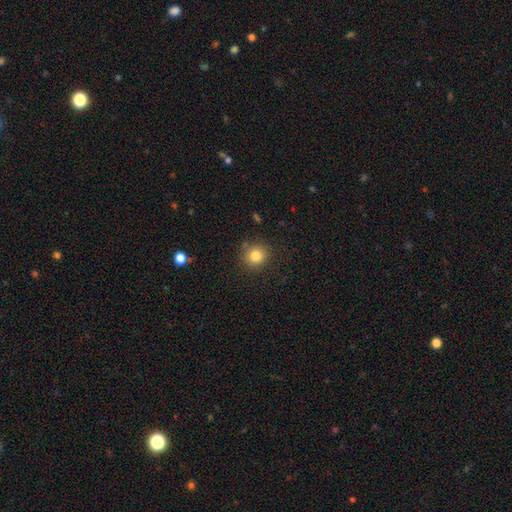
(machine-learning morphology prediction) This is clearly a smooth galaxy (81%). How rounded: clearly round (91%). Merging: clearly none (85%).